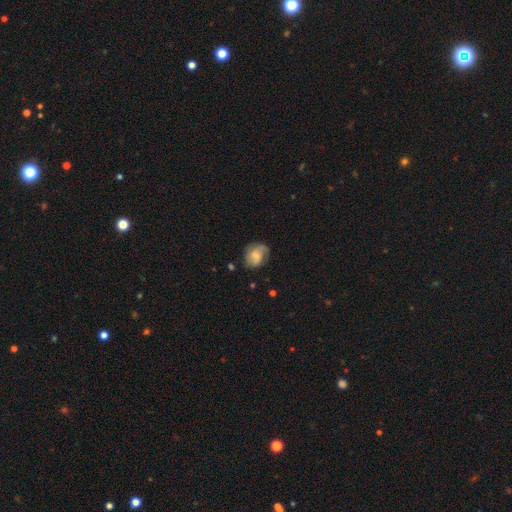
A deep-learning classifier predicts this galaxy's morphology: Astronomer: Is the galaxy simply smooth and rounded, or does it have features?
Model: featured or disk — 52% (runner-up: smooth, 40%).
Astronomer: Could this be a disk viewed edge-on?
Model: no — 97%.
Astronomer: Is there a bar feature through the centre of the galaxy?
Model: no — 60% (runner-up: weak, 35%).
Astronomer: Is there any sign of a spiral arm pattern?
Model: yes — 86%.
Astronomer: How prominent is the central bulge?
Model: small — 41% (runner-up: moderate, 40%).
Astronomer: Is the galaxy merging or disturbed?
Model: none — 63%.